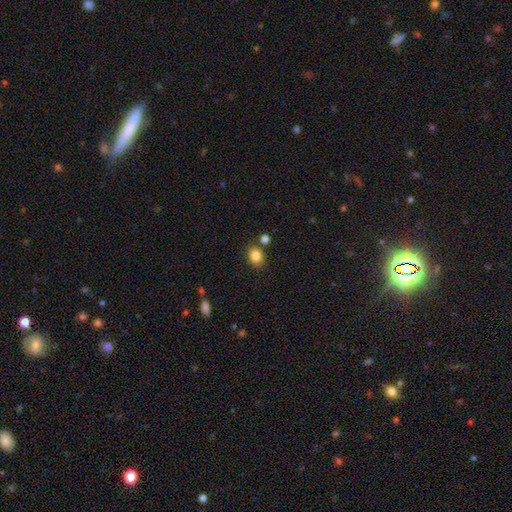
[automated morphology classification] type=smooth (84%); roundness=in between (56%); merging=none (77%).